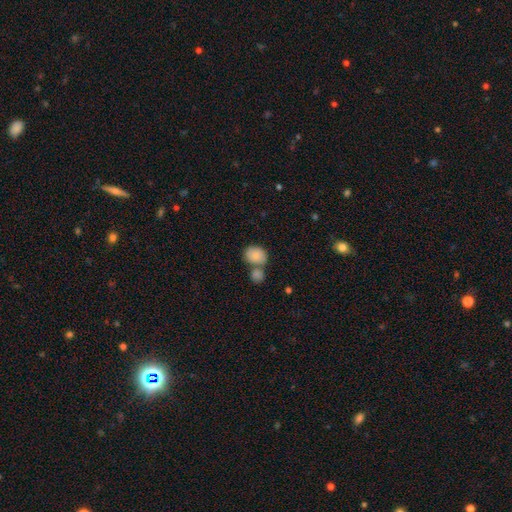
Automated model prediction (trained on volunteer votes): This appears to be a smooth galaxy with no disk features (83%) that is in between round and cigar-shaped (53%). Merging: none (43%).